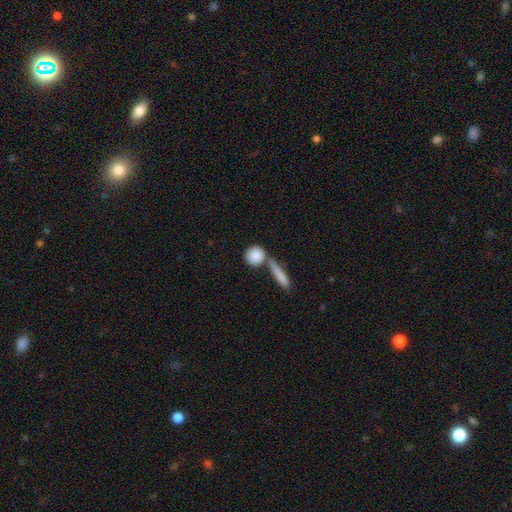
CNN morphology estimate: Smooth or featured? smooth (86%)
How rounded? round (83%)
Merging? none (66%)